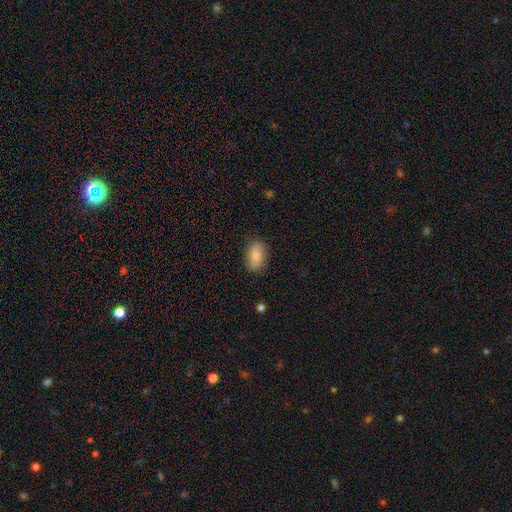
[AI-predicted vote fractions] smooth 81%, featured or disk 12%, star or artifact 7%. Down the decision tree: how rounded — in between (89%); merging — none (82%).